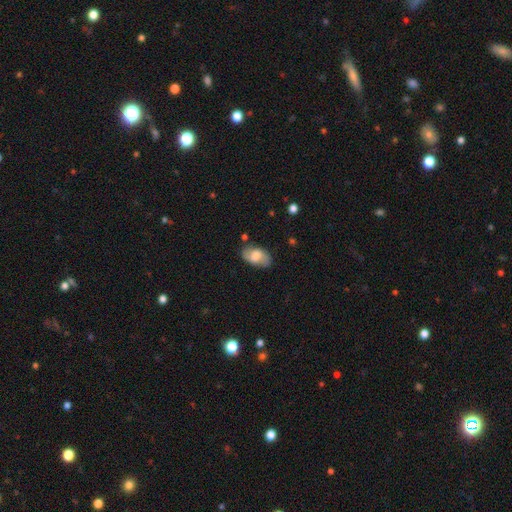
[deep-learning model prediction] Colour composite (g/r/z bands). It shows a smooth galaxy with no disk features (56%) that is in between round and cigar-shaped (92%). Merging: none (72%).